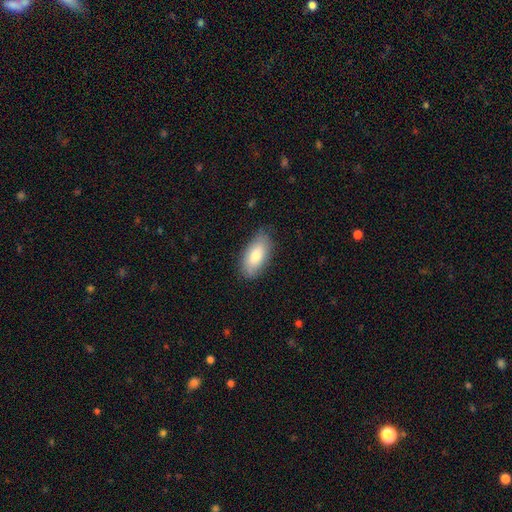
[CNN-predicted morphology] Overall: smooth (80%). How rounded: in between (91%). Merging: none (78%).